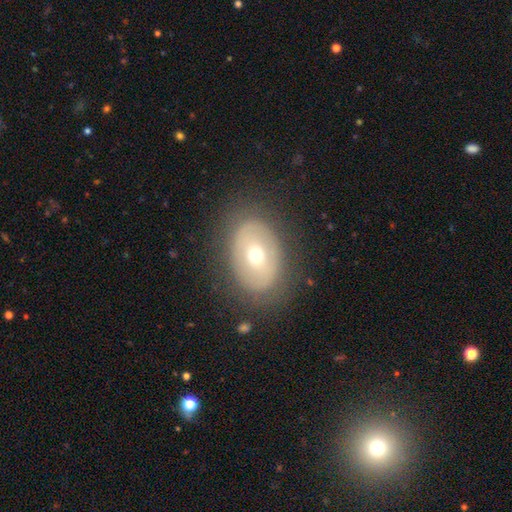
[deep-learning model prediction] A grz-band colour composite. It shows a featured or disk galaxy (48%). Merging: none (81%).